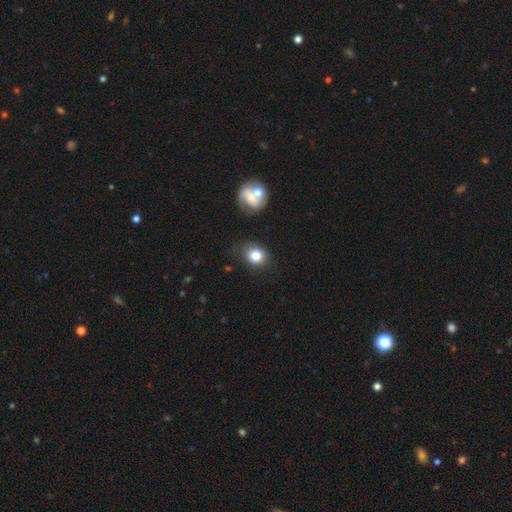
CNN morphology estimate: Smooth or featured?
  - smooth: 81% *
  - star or artifact: 11%
  - featured or disk: 8%
How rounded?
  - round: 64% *
  - in between: 35%
  - cigar-shaped: 1%
Merging?
  - none: 77% *
  - minor disturbance: 15%
  - major disturbance: 4%
  - merger: 4%